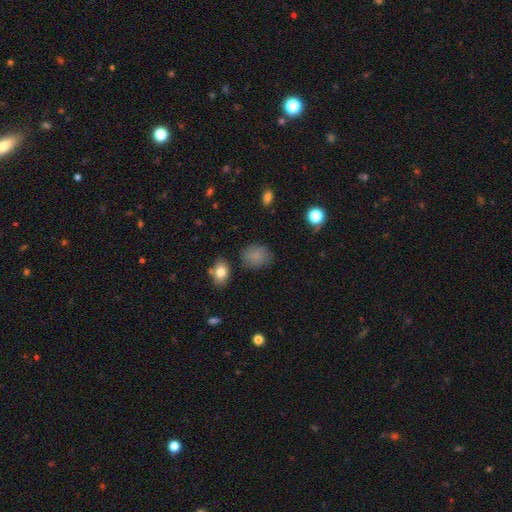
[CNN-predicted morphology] Smooth or featured? smooth (83%)
How rounded? round (54%)
Merging? none (76%)